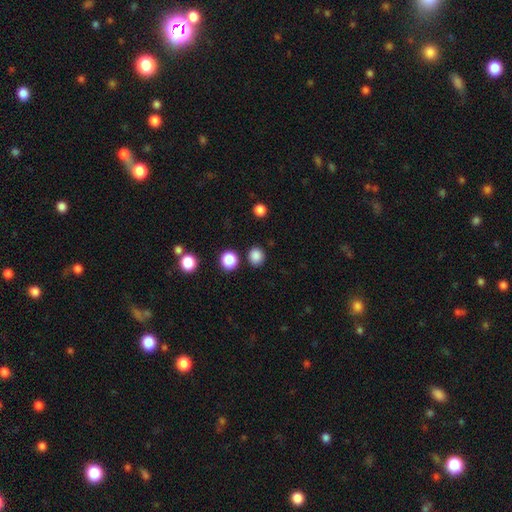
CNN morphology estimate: A smooth galaxy with no disk features (85%) that is round (82%). Merging: none (87%).